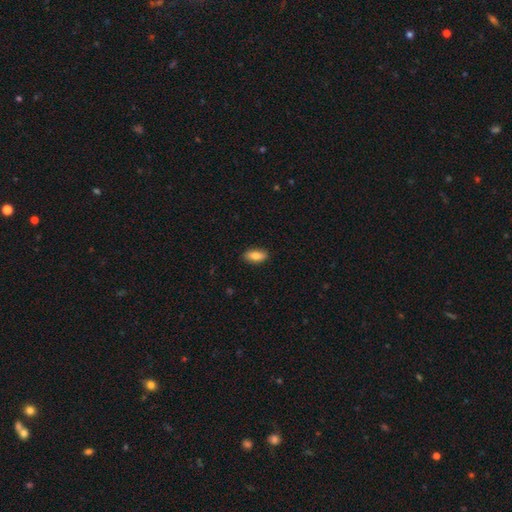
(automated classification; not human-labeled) Smooth or featured? smooth (80%)
How rounded? in between (85%)
Merging? none (87%)